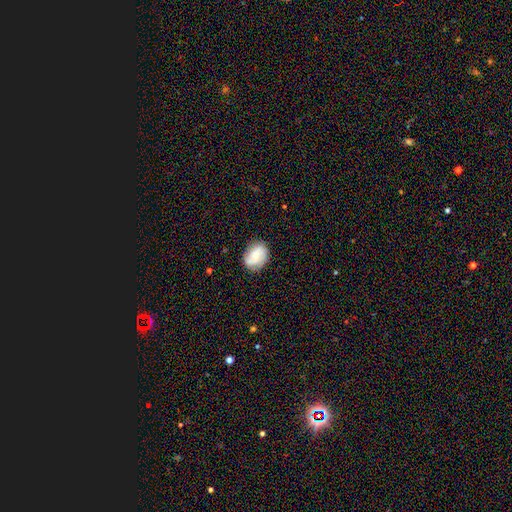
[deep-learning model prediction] Q: Smooth or featured?
A: featured or disk (53%); runner-up: smooth (40%)
Q: Edge-on disk?
A: no (97%); runner-up: yes (3%)
Q: Bar?
A: no (55%); runner-up: weak (36%)
Q: Spiral arms?
A: yes (86%); runner-up: no (14%)
Q: Bulge size?
A: small (47%); runner-up: moderate (46%)
Q: Merging?
A: none (80%); runner-up: minor disturbance (15%)